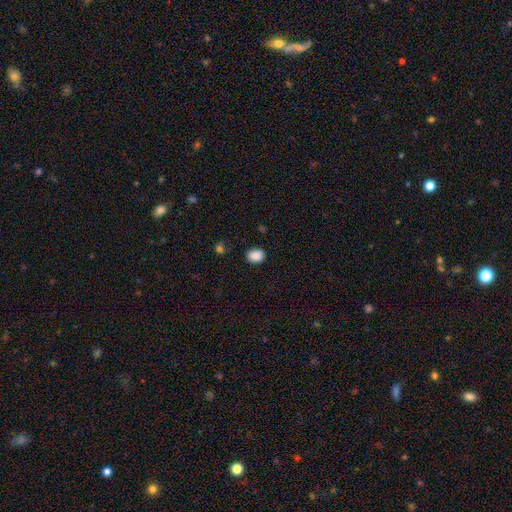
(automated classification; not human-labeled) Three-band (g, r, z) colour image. It shows a smooth galaxy with no disk features (88%) that is in between round and cigar-shaped (61%). Merging: none (85%).